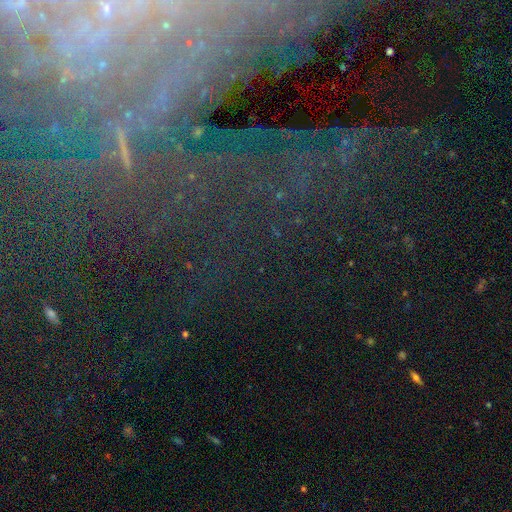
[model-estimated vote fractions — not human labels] This is possibly a star or artifact rather than a galaxy (57%).